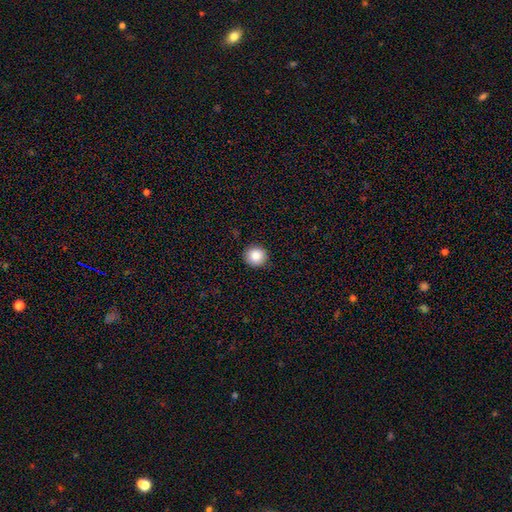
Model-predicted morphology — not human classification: The model was most divided on "smooth or featured": smooth: 87%, star or artifact: 9%, featured or disk: 4%. More confident: how rounded — round (93%); merging — none (91%).